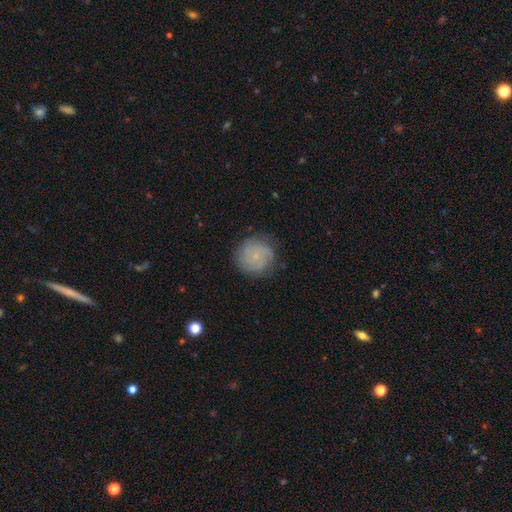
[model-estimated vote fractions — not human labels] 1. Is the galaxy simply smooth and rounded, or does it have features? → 56% featured or disk, 36% smooth, 8% star or artifact.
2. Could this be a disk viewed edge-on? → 98% no, 2% yes.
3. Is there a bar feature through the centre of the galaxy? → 81% no, 17% weak, 2% strong.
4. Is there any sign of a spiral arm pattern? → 88% yes, 12% no.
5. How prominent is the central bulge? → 78% small, 10% moderate, 10% none, 1% large, 1% dominant.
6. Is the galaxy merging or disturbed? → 78% none, 15% minor disturbance, 5% major disturbance, 1% merger.